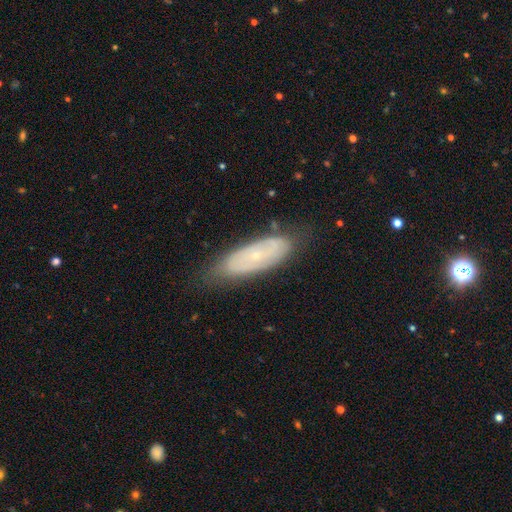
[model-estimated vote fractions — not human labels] A featured or disk galaxy (56%). Merging: none (73%).